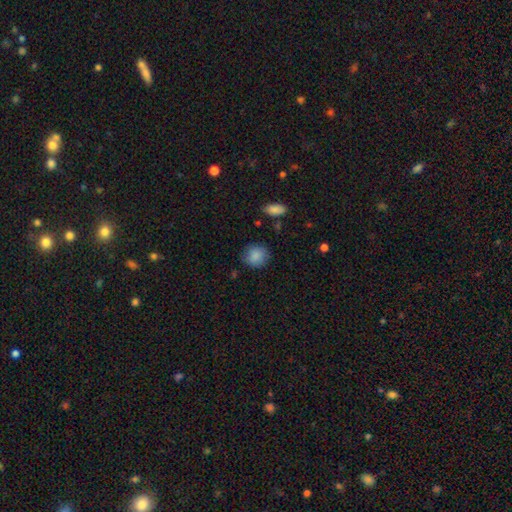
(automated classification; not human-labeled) Smooth or featured? Predicted: smooth (p=0.87). How rounded? Predicted: round (p=0.84). Merging? Predicted: none (p=0.83).